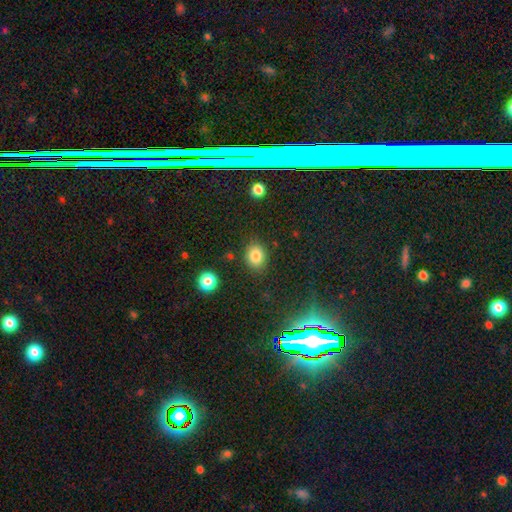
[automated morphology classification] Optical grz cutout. It shows a smooth galaxy with no disk features (82%) that is round (54%). Merging: none (84%).